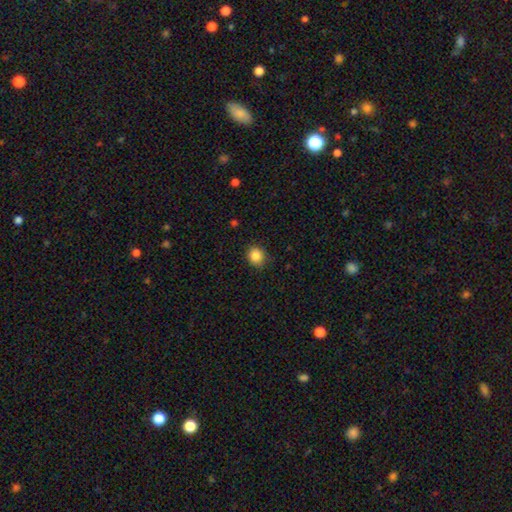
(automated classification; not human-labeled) smooth_or_featured: smooth (p=0.86) [alt: star or artifact p=0.10]
how_rounded: round (p=0.79) [alt: in between p=0.20]
merging: none (p=0.85) [alt: minor disturbance p=0.11]